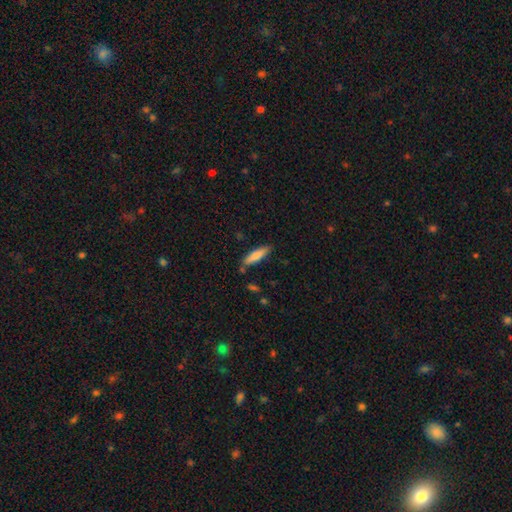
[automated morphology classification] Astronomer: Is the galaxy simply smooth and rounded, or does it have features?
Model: smooth — 76%.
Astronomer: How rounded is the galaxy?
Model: cigar-shaped — 73%.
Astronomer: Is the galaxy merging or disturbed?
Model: none — 80%.